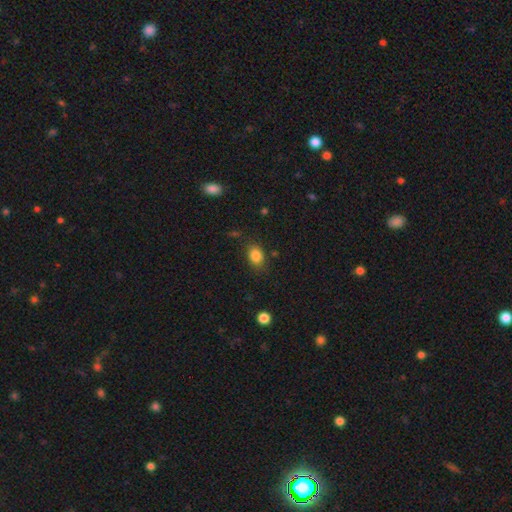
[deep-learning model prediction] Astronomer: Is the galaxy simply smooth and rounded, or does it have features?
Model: smooth — 85%.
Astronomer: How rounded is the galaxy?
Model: in between — 65%.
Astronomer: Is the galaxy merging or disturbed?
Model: none — 79%.